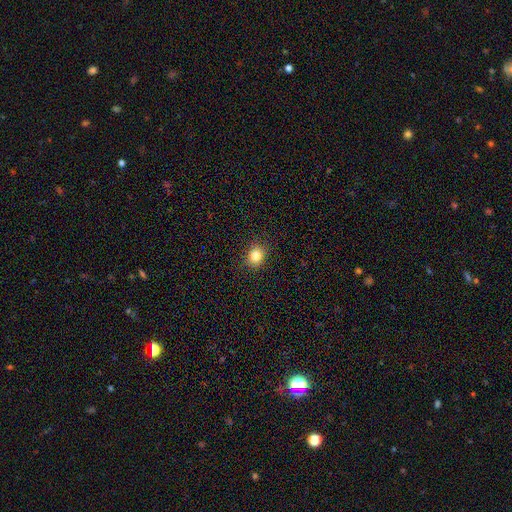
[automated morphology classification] smooth-or-featured: smooth: 83% | star or artifact: 11% | featured or disk: 5%
  how-rounded: round: 67% | in between: 32% | cigar-shaped: 1%
  merging: none: 88% | minor disturbance: 9% | major disturbance: 3% | merger: 1%